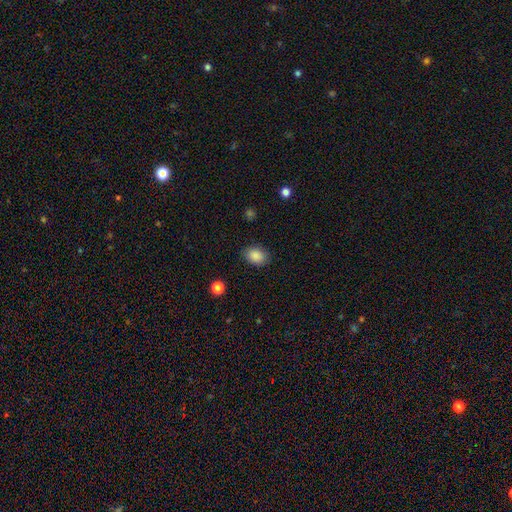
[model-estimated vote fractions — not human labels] A smooth galaxy with no disk features (88%) that is in between round and cigar-shaped (74%). Merging: none (85%).